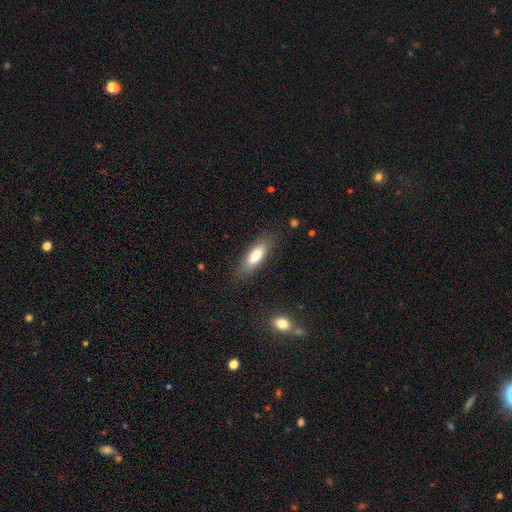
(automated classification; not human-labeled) Morphology: type=smooth (78%); roundness=in between (60%); merging=none (84%).